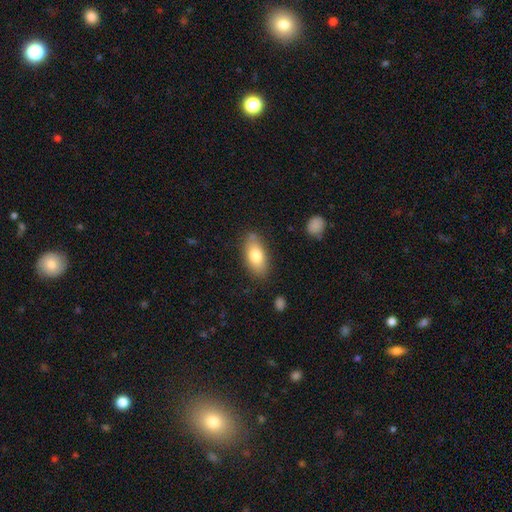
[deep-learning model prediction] This is likely a smooth galaxy (78%). How rounded: clearly in between (89%). Merging: clearly none (80%).